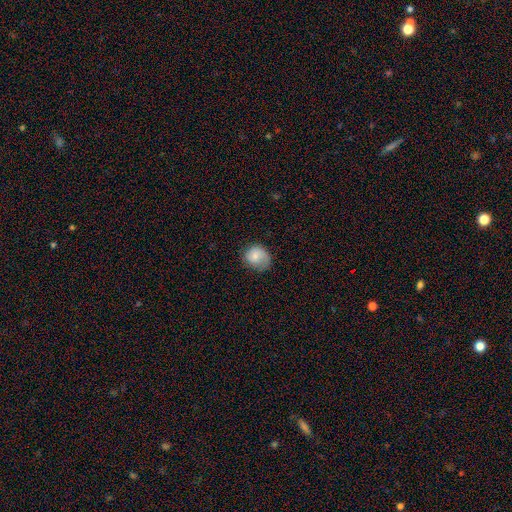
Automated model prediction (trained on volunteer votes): smooth 66%, featured or disk 26%, star or artifact 7%. Down the decision tree: how rounded — round (71%); merging — none (58%).